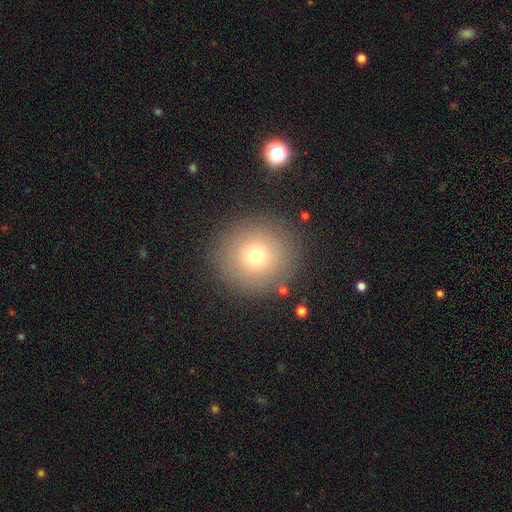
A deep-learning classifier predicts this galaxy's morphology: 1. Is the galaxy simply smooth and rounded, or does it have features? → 72% smooth, 15% star or artifact, 13% featured or disk.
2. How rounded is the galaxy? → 95% round, 4% in between, 1% cigar-shaped.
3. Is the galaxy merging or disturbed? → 88% none, 7% minor disturbance, 3% major disturbance, 2% merger.